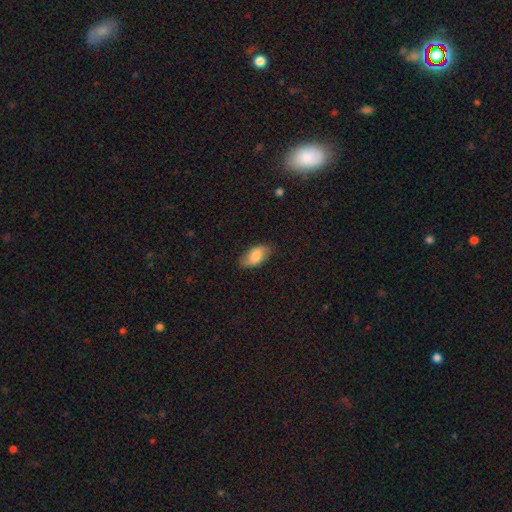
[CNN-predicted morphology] The model was most divided on "smooth or featured": smooth: 77%, featured or disk: 17%, star or artifact: 7%. More confident: how rounded — in between (93%); merging — none (81%).